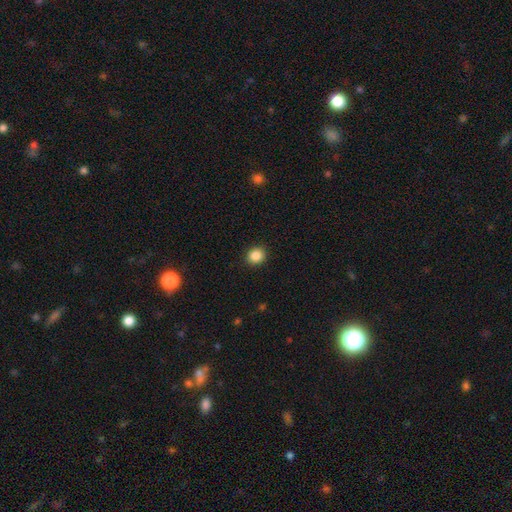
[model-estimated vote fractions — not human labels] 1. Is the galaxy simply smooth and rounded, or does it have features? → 86% smooth, 10% star or artifact, 4% featured or disk.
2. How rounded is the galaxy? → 80% round, 19% in between, 1% cigar-shaped.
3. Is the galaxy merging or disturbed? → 91% none, 6% minor disturbance, 2% major disturbance, 1% merger.